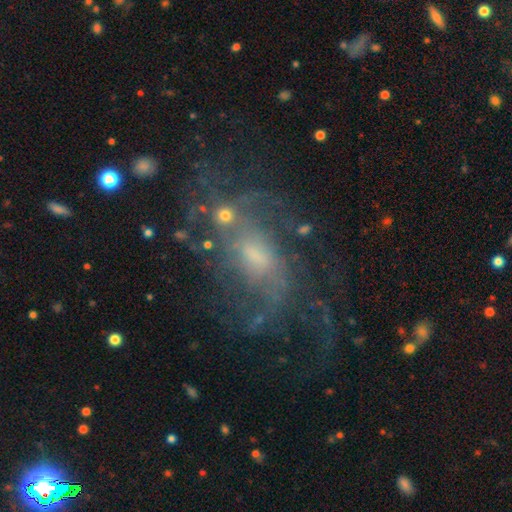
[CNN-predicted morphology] A featured or disk galaxy (78%) with a weak bar (47%), medium (42%) spiral arms (85%) and a moderate central bulge (40%).

Vote fractions:
- Smooth or featured? featured or disk: 78% / smooth: 11% / star or artifact: 11%
- Edge-on disk? no: 96% / yes: 4%
- Bar? weak: 47% / no: 39% / strong: 13%
- Spiral arms? yes: 85% / no: 15%
- Spiral winding? medium: 42% / loose: 35% / tight: 23%
- Spiral arm count? can't tell: 35% / 2: 30% / 3: 13% / 4: 8% / 1: 7% / more than 4: 6%
- Bulge size? moderate: 40% / small: 39% / none: 14% / large: 6% / dominant: 2%
- Merging? none: 53% / major disturbance: 23% / minor disturbance: 19% / merger: 6%